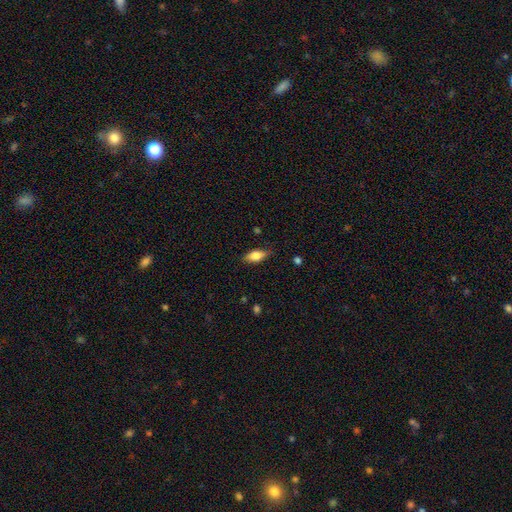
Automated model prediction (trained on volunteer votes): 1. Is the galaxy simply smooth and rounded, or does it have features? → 77% smooth, 16% featured or disk, 7% star or artifact.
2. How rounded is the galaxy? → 83% in between, 14% cigar-shaped, 3% round.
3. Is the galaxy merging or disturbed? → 82% none, 14% minor disturbance, 3% major disturbance, 1% merger.